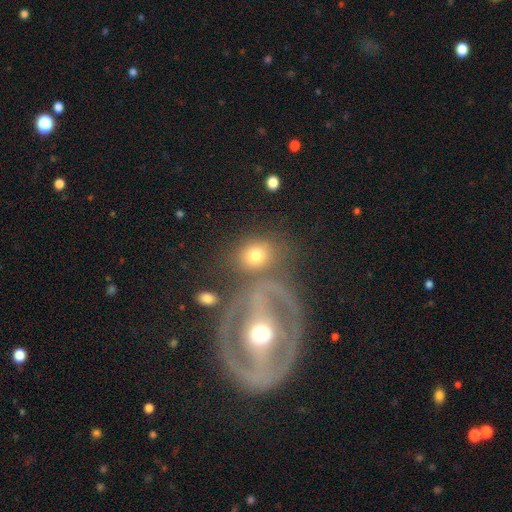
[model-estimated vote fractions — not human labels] A smooth galaxy with no disk features (58%) that is round (54%). Merging: none (53%).